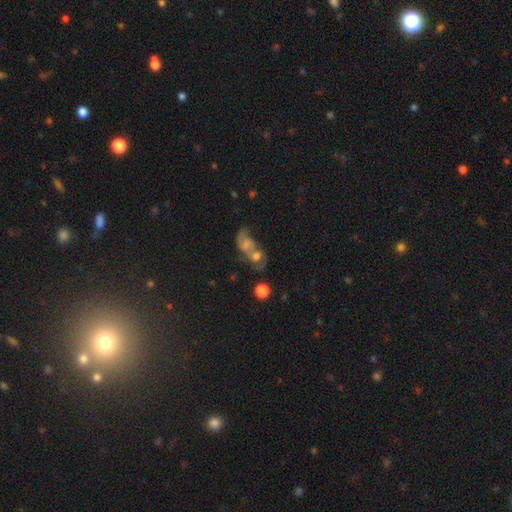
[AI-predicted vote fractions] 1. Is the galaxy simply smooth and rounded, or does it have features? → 36% smooth (tied), 36% featured or disk (tied), 28% star or artifact.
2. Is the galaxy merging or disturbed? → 41% merger, 32% none, 14% major disturbance, 13% minor disturbance.